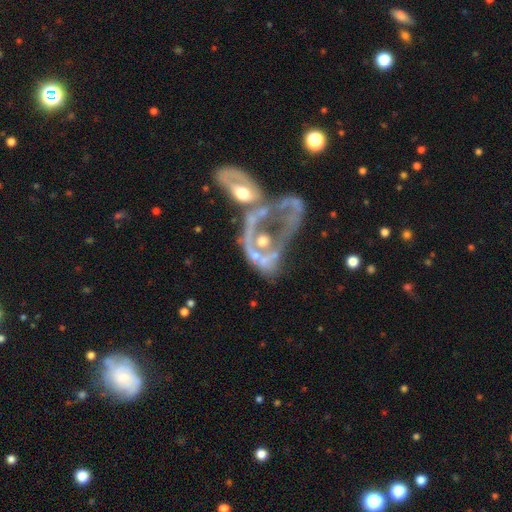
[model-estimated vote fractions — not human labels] smooth-or-featured: featured or disk: 64% | smooth: 23% | star or artifact: 13%
  disk-edge-on: no: 95% | yes: 5%
    bar: no: 87% | weak: 8% | strong: 4%
    has-spiral-arms: no: 80% | yes: 20%
    bulge-size: moderate: 43% | none: 28% | small: 15% | large: 10% | dominant: 3%
  merging: merger: 49% | major disturbance: 26% | none: 16% | minor disturbance: 9%